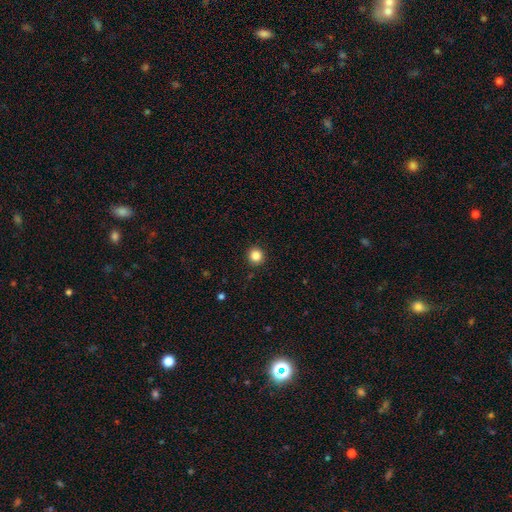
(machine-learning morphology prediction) A smooth galaxy with no disk features (84%) that is round (95%). Merging: none (93%).